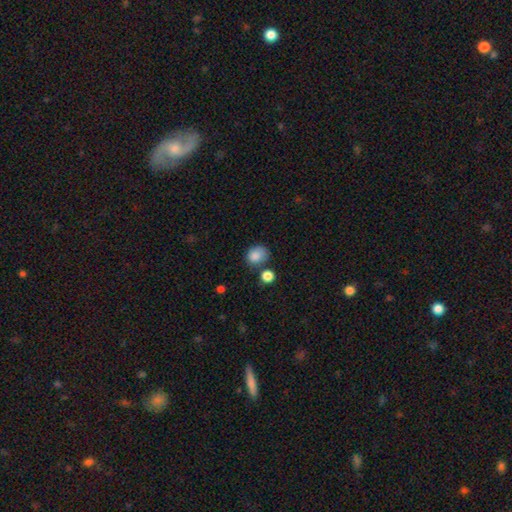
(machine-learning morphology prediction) smooth_or_featured: smooth (p=0.85) [alt: star or artifact p=0.09]
how_rounded: round (p=0.66) [alt: in between p=0.33]
merging: none (p=0.58) [alt: minor disturbance p=0.21]